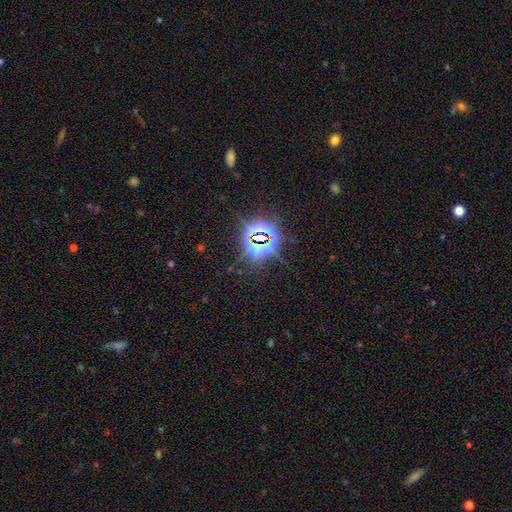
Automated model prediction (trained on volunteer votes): smooth-or-featured: star or artifact: 82% | smooth: 10% | featured or disk: 8%